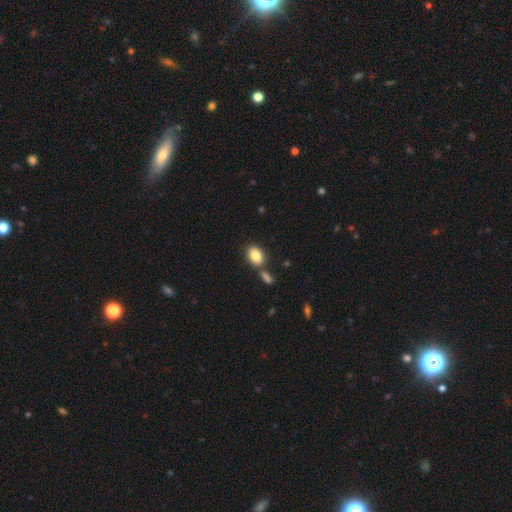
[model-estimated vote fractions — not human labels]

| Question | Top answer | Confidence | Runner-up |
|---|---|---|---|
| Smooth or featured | smooth | 85% | star or artifact (8%) |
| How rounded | in between | 80% | round (18%) |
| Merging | none | 67% | merger (18%) |